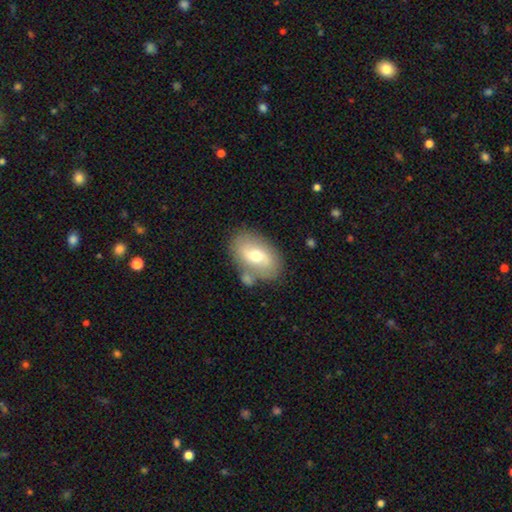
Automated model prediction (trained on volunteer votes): Morphology: type=featured or disk (49%); merging=none (69%).